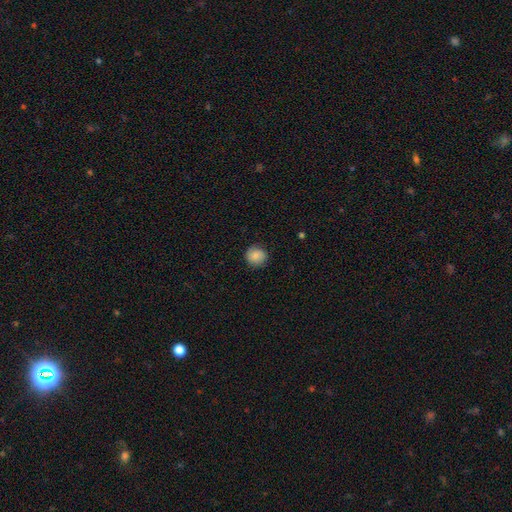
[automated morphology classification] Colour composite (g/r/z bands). It shows a smooth galaxy with no disk features (83%) that is round (88%). Merging: none (85%).